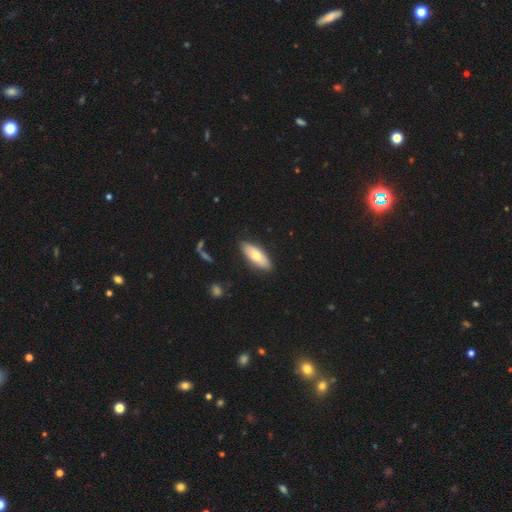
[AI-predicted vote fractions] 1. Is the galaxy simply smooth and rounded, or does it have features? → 66% smooth, 29% featured or disk, 6% star or artifact.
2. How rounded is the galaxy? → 74% in between, 24% cigar-shaped, 2% round.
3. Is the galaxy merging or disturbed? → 87% none, 9% minor disturbance, 2% major disturbance, 1% merger.